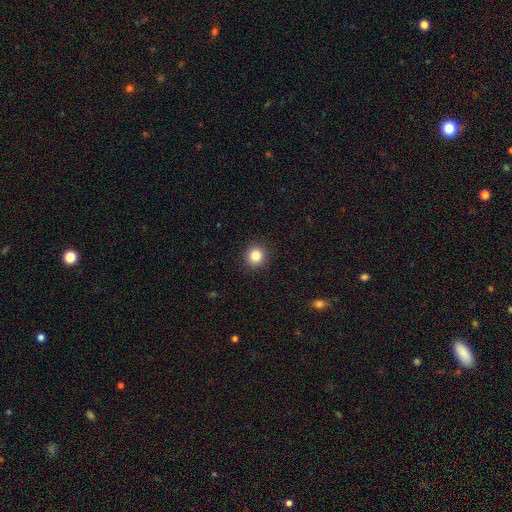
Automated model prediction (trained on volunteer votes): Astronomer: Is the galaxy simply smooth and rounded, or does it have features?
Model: smooth — 83%.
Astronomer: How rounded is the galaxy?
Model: round — 93%.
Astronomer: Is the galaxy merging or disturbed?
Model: none — 93%.